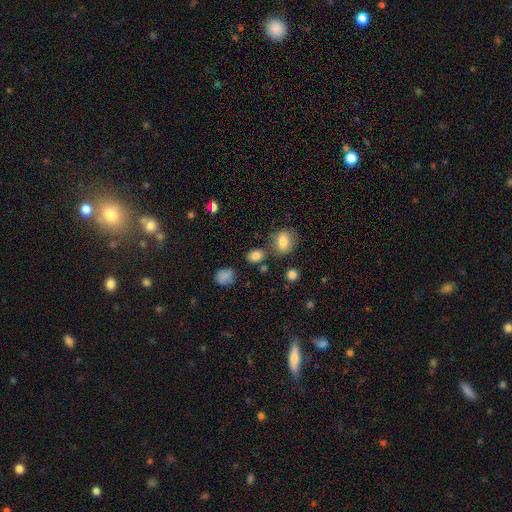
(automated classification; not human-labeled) smooth_or_featured: smooth (p=0.82) [alt: star or artifact p=0.12]
how_rounded: in between (p=0.58) [alt: round p=0.41]
merging: none (p=0.75) [alt: minor disturbance p=0.12]